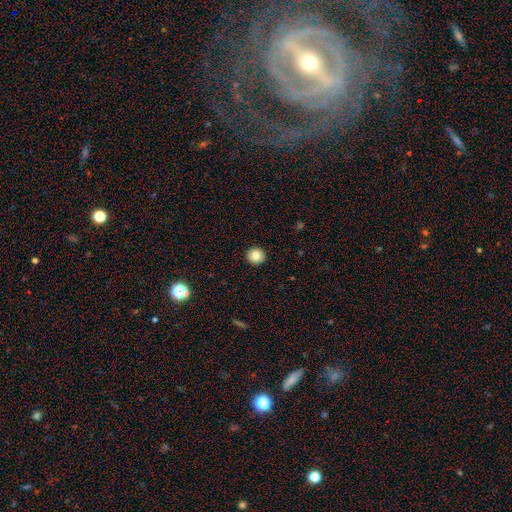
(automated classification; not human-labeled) Smooth or featured: smooth — 82% (star or artifact — 10%)
How rounded: round — 90% (in between — 9%)
Merging: none — 92% (minor disturbance — 6%)